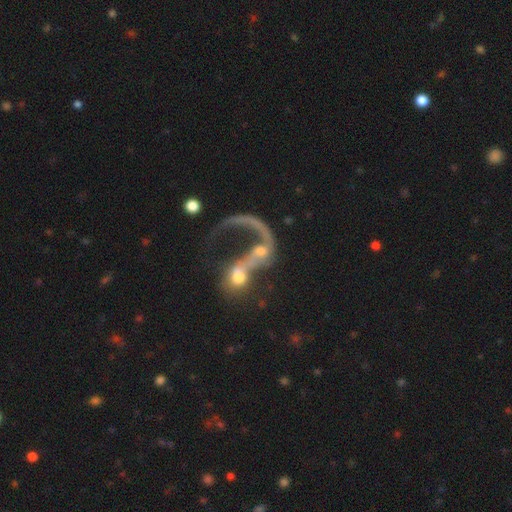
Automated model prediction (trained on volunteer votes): A featured or disk galaxy (67%) with no bar (67%), spiral arms (64%) and a moderate central bulge (42%). Merging: merger (65%).